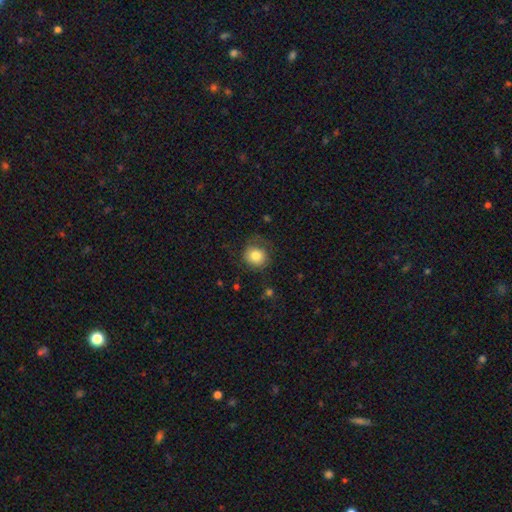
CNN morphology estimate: The model was most divided on "merging": none: 64%, minor disturbance: 21%, major disturbance: 13%, merger: 1%. More confident: how rounded — round (85%); smooth or featured — smooth (79%).